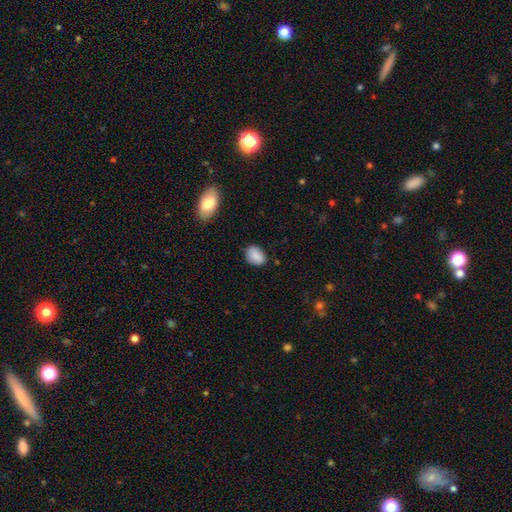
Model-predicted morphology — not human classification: This is clearly a smooth galaxy (87%). How rounded: likely in between (77%). Merging: likely none (78%).